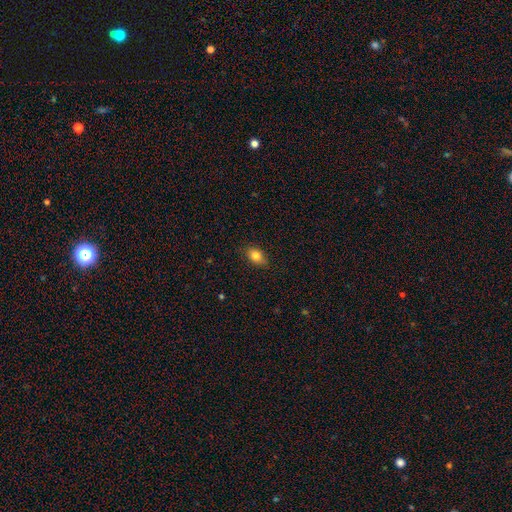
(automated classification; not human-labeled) Smooth or featured? Predicted: smooth (p=0.83). How rounded? Predicted: in between (p=0.78). Merging? Predicted: none (p=0.83).